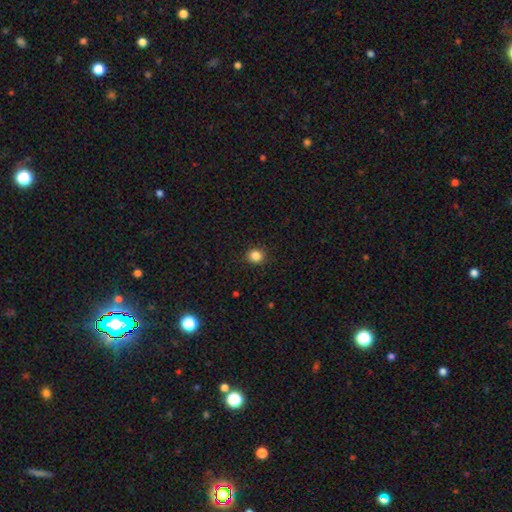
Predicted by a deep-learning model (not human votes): Smooth or featured: smooth — 85% (star or artifact — 11%)
How rounded: round — 82% (in between — 17%)
Merging: none — 90% (minor disturbance — 7%)